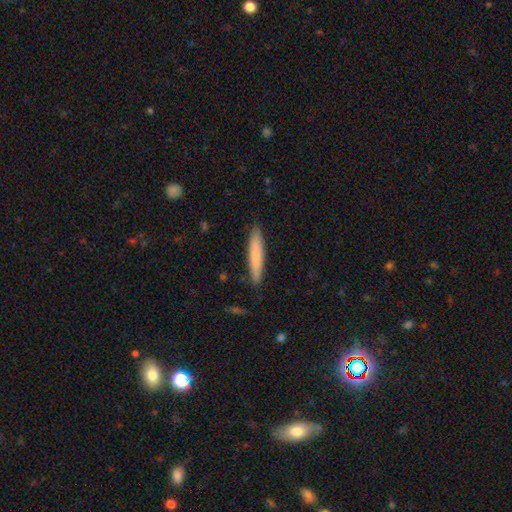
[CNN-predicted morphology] type=smooth (76%); roundness=cigar-shaped (92%); merging=none (88%).